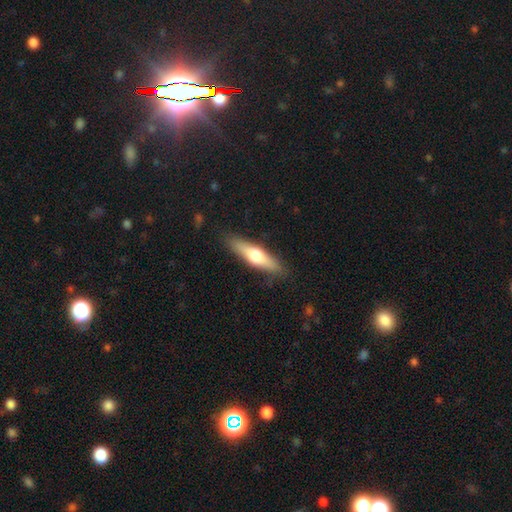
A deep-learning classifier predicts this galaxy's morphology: smooth_or_featured: smooth (p=0.50) [alt: featured or disk p=0.45]
how_rounded: cigar-shaped (p=0.74) [alt: in between p=0.24]
merging: none (p=0.87) [alt: minor disturbance p=0.10]